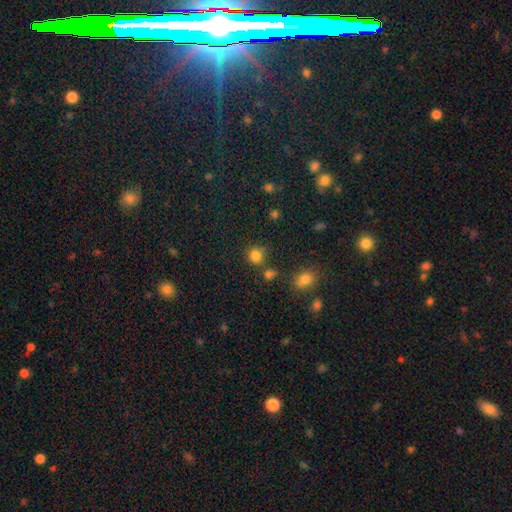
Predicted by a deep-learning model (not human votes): This appears to be a smooth galaxy with no disk features (81%) that is round (86%). Merging: none (70%).